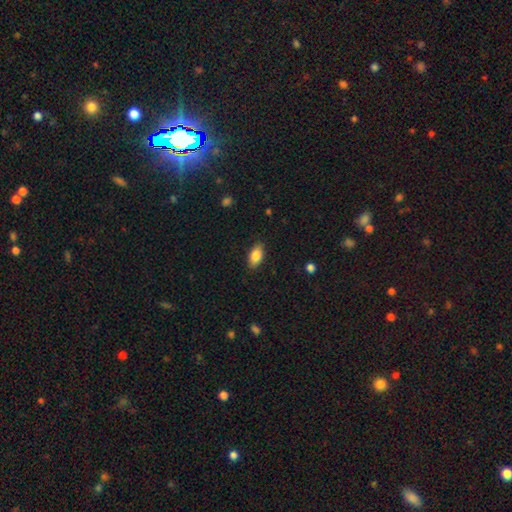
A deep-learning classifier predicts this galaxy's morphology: smooth_or_featured: smooth (p=0.85) [alt: featured or disk p=0.07]
how_rounded: in between (p=0.90) [alt: cigar-shaped p=0.06]
merging: none (p=0.87) [alt: minor disturbance p=0.10]